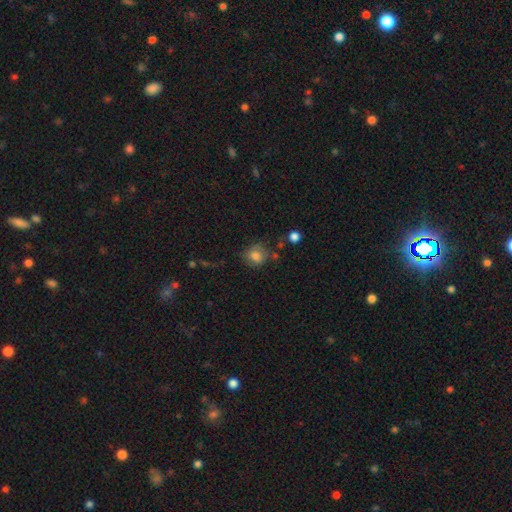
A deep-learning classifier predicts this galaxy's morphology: Smooth or featured? smooth (79%)
How rounded? round (77%)
Merging? none (64%)